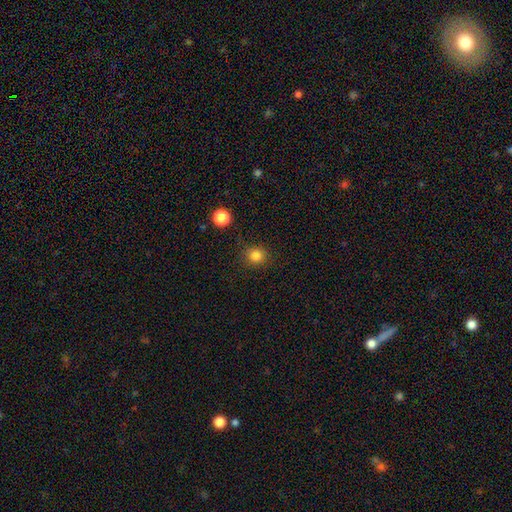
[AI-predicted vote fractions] Smooth or featured?
  - smooth: 83% *
  - star or artifact: 13%
  - featured or disk: 4%
How rounded?
  - round: 88% *
  - in between: 11%
  - cigar-shaped: 1%
Merging?
  - none: 87% *
  - minor disturbance: 8%
  - major disturbance: 3%
  - merger: 2%